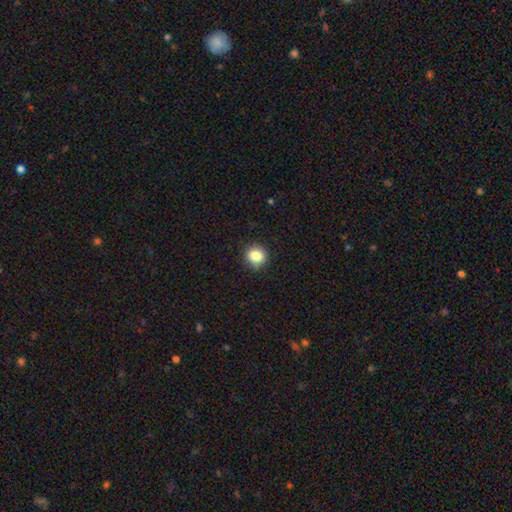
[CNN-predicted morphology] A smooth galaxy with no disk features (85%) that is round (86%). Merging: none (87%).